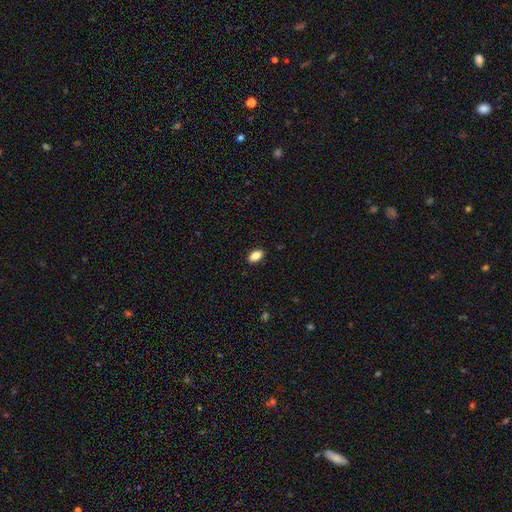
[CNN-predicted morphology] Q: Smooth or featured?
A: smooth (86%); runner-up: star or artifact (8%)
Q: How rounded?
A: in between (90%); runner-up: round (6%)
Q: Merging?
A: none (89%); runner-up: minor disturbance (8%)